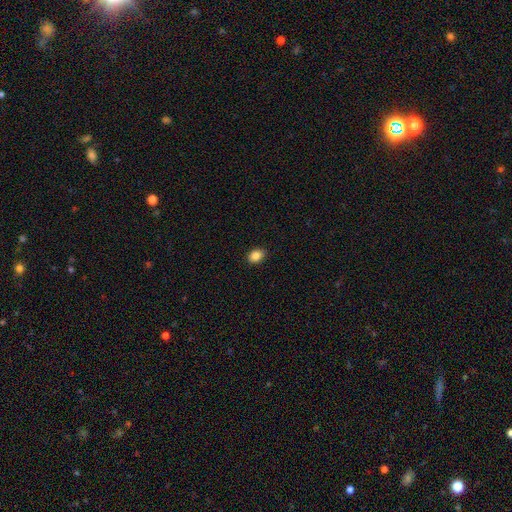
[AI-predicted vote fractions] Smooth or featured: smooth — 86% (star or artifact — 9%)
How rounded: in between — 70% (round — 29%)
Merging: none — 89% (minor disturbance — 8%)